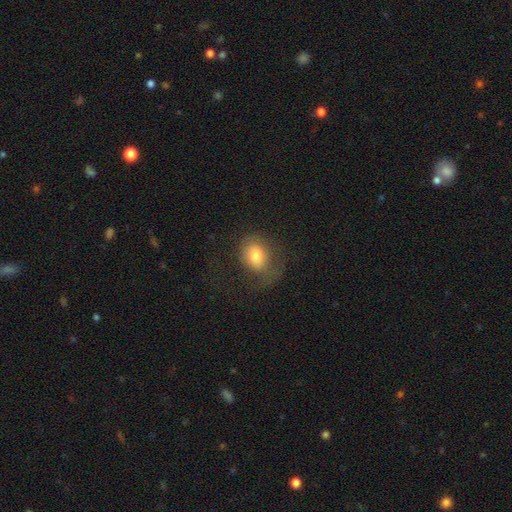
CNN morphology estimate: type=smooth (72%); roundness=in between (58%); merging=none (46%).